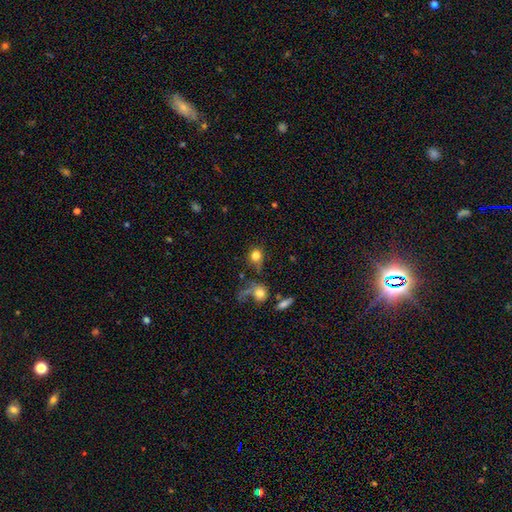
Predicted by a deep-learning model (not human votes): Q: Smooth or featured?
A: smooth (79%); runner-up: featured or disk (11%)
Q: How rounded?
A: round (72%); runner-up: in between (26%)
Q: Merging?
A: none (48%); runner-up: major disturbance (18%)